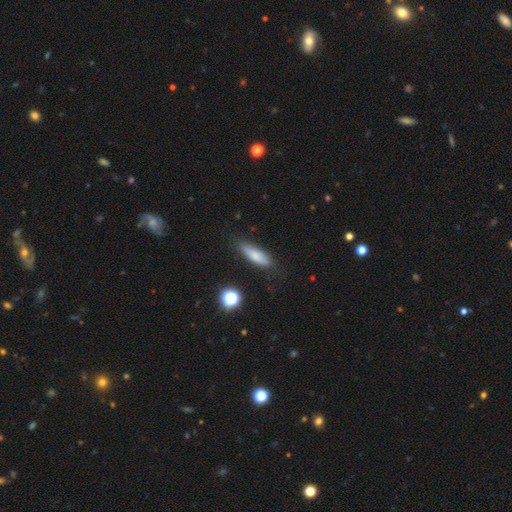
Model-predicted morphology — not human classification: This is likely a smooth galaxy (77%). How rounded: possibly cigar-shaped (52%). Merging: likely none (73%).